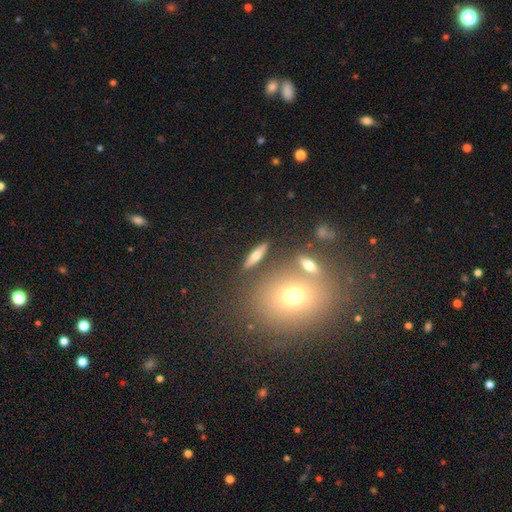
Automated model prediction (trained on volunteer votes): A smooth galaxy with no disk features (54%) that is cigar-shaped (60%). Merging: none (82%).